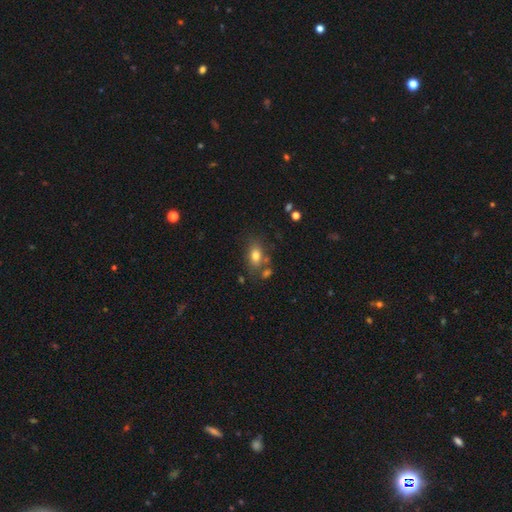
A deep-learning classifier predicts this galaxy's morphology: smooth-or-featured: smooth: 77% | featured or disk: 13% | star or artifact: 10%
  how-rounded: in between: 81% | round: 16% | cigar-shaped: 3%
  merging: none: 62% | minor disturbance: 17% | merger: 15% | major disturbance: 6%